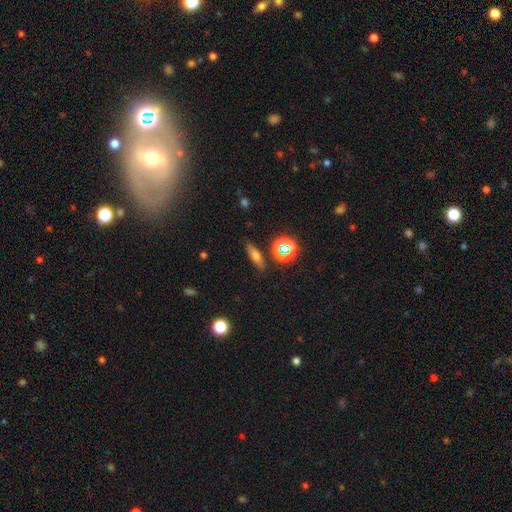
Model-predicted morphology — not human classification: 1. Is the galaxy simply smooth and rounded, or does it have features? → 59% smooth, 24% featured or disk, 16% star or artifact.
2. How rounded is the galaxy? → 52% cigar-shaped, 38% in between, 9% round.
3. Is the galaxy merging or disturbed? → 82% none, 11% minor disturbance, 3% merger, 3% major disturbance.